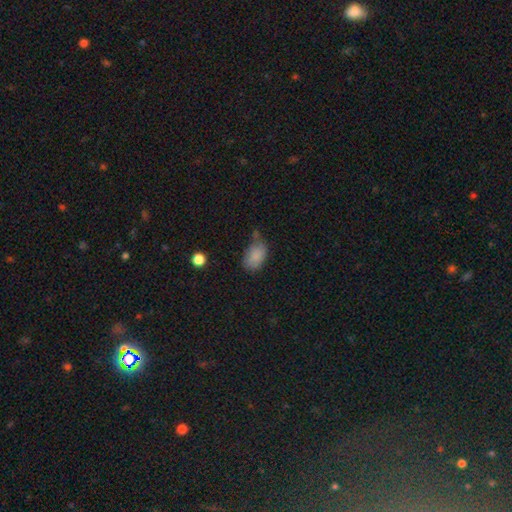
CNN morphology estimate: smooth 85%, star or artifact 9%, featured or disk 6%. Down the decision tree: how rounded — in between (87%); merging — none (52%).